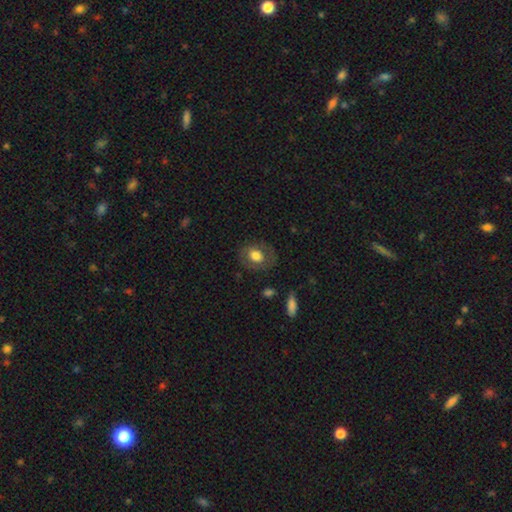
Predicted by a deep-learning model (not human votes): The model was most divided on "how rounded": in between: 52%, round: 47%, cigar-shaped: 1%. More confident: merging — none (78%); smooth or featured — smooth (65%).